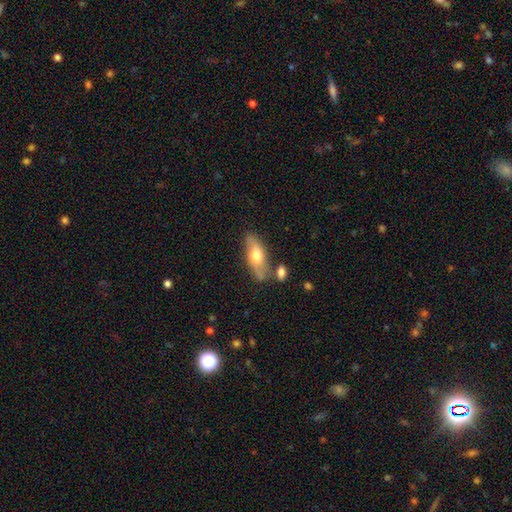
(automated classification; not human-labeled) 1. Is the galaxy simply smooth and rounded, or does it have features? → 52% smooth, 42% featured or disk, 6% star or artifact.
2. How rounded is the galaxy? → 74% in between, 22% cigar-shaped, 4% round.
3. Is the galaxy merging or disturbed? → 68% none, 17% minor disturbance, 10% merger, 4% major disturbance.